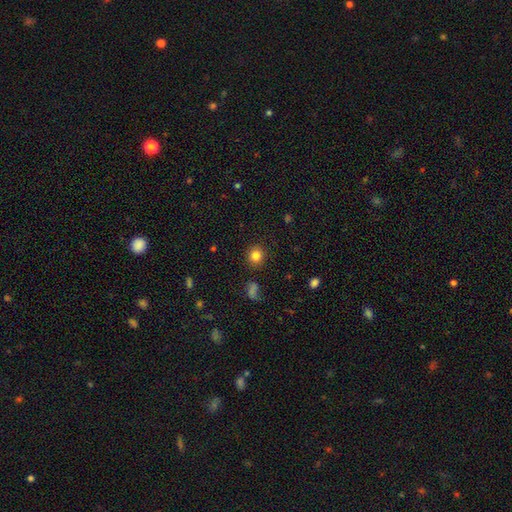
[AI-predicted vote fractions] Smooth or featured? smooth (83%)
How rounded? round (87%)
Merging? none (89%)